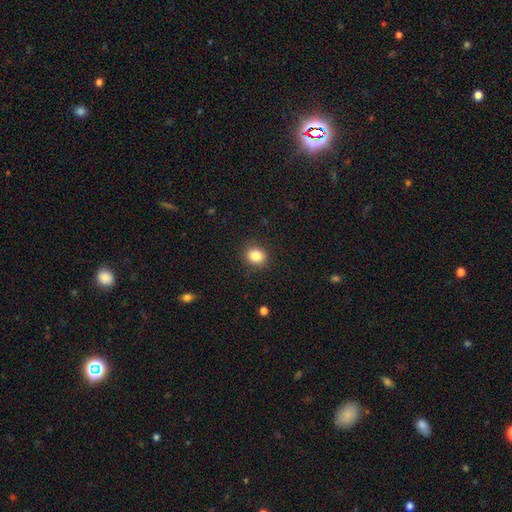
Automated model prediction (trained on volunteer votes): This appears to be a smooth galaxy with no disk features (86%) that is round (68%). Merging: none (88%).